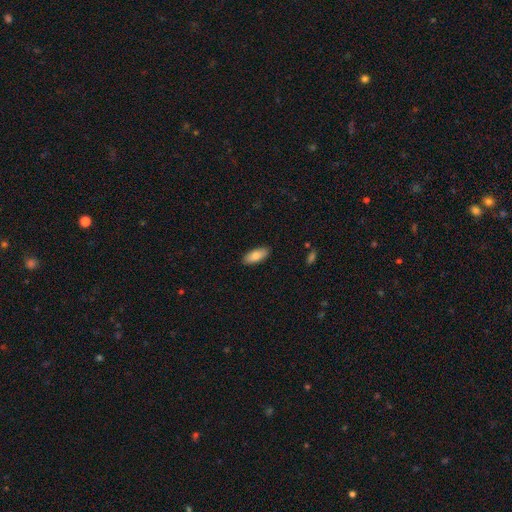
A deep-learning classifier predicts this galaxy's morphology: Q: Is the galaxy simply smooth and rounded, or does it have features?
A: smooth — 83%.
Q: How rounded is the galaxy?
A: in between — 82%.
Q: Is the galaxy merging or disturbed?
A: none — 89%.